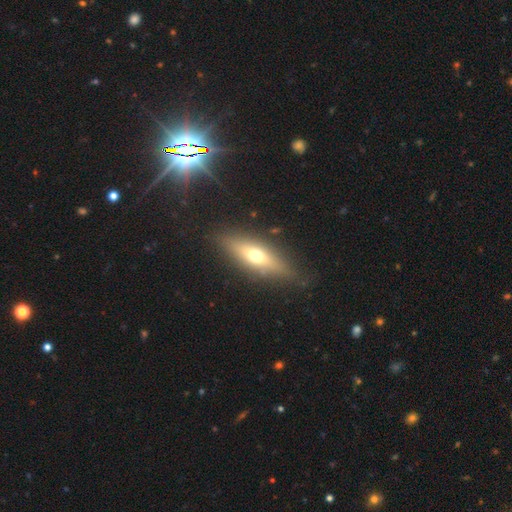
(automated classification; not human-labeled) Smooth or featured?
  - smooth: 51% *
  - featured or disk: 40%
  - star or artifact: 8%
How rounded?
  - in between: 51% *
  - cigar-shaped: 45%
  - round: 5%
Merging?
  - none: 83% *
  - minor disturbance: 12%
  - major disturbance: 4%
  - merger: 1%